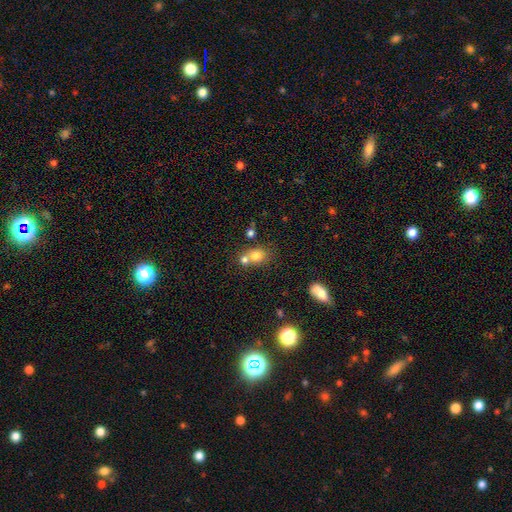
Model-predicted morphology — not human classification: Smooth or featured? Predicted: smooth (p=0.75). How rounded? Predicted: round (p=0.66). Merging? Predicted: merger (p=0.45).